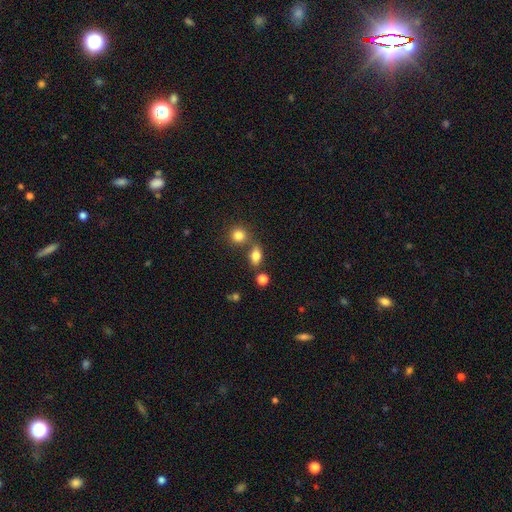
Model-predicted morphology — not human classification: This appears to be a smooth galaxy with no disk features (80%) that is in between round and cigar-shaped (76%). Merging: none (63%).